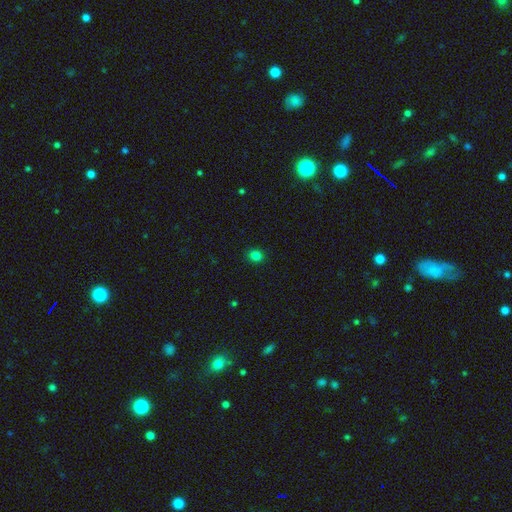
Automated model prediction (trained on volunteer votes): Overall: smooth (81%). How rounded: round (69%; in between 30%). Merging: none (90%).